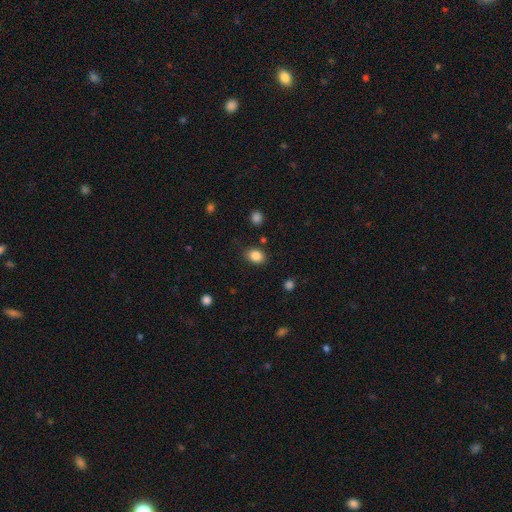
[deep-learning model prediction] smooth-or-featured: smooth: 86% | star or artifact: 10% | featured or disk: 5%
  how-rounded: in between: 65% | round: 34% | cigar-shaped: 1%
  merging: none: 83% | minor disturbance: 11% | major disturbance: 3% | merger: 2%